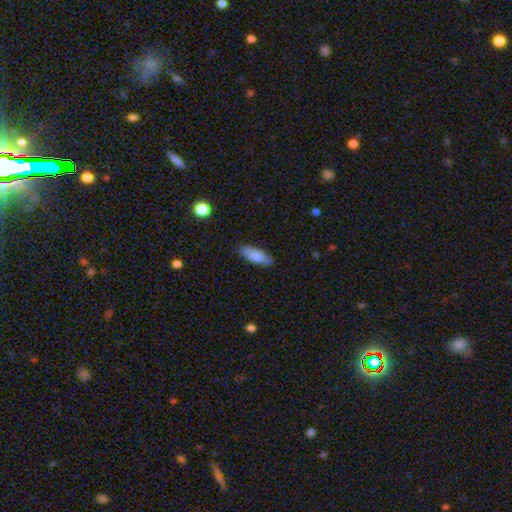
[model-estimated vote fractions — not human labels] Smooth or featured? Predicted: smooth (p=0.79). How rounded? Predicted: in between (p=0.71). Merging? Predicted: none (p=0.78).